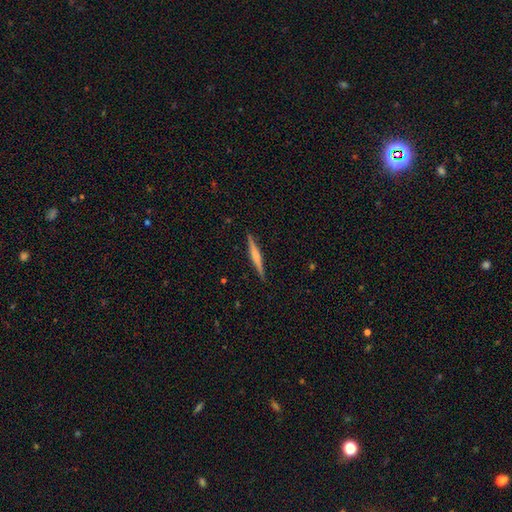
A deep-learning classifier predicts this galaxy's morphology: Smooth or featured?
  - featured or disk: 67% *
  - smooth: 27%
  - star or artifact: 6%
Edge-on disk?
  - yes: 98% *
  - no: 2%
Edge-on bulge?
  - rounded: 53% *
  - boxy: 25%
  - none: 21%
Merging?
  - none: 91% *
  - minor disturbance: 7%
  - major disturbance: 1%
  - merger: 1%